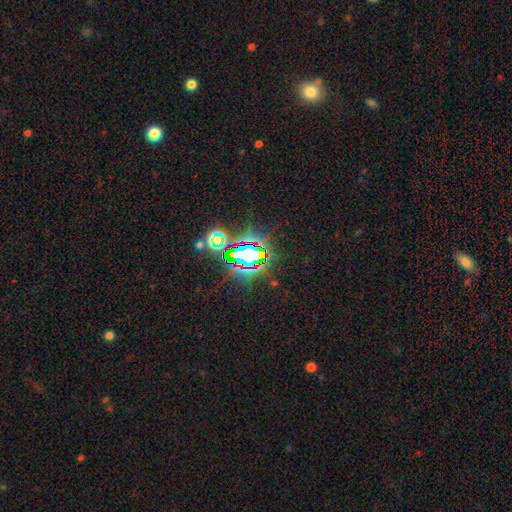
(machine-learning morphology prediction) type=star or artifact (82%).